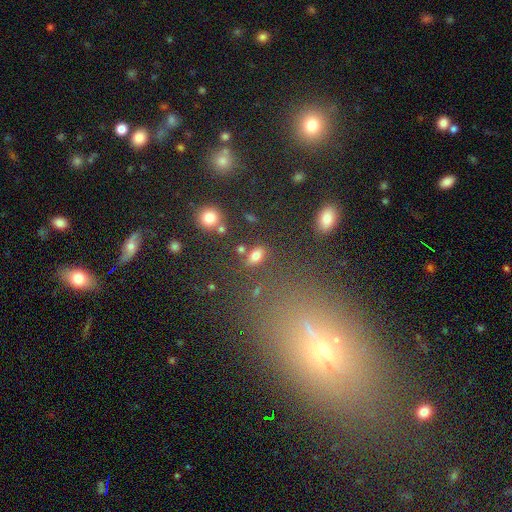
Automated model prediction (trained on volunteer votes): Overall: smooth (77%). How rounded: in between (86%). Merging: none (73%).